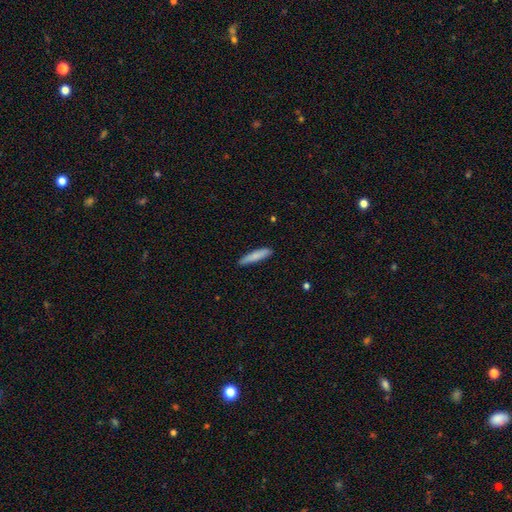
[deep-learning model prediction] Overall: smooth (80%). How rounded: cigar-shaped (85%). Merging: none (85%).